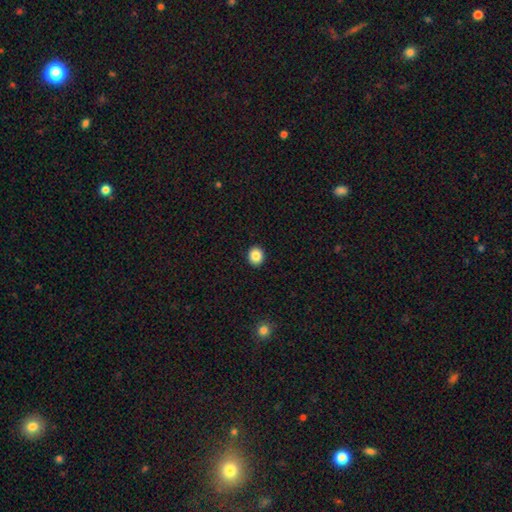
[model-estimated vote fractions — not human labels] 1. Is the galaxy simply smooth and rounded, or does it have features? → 86% smooth, 10% star or artifact, 4% featured or disk.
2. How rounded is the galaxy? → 86% round, 13% in between, 1% cigar-shaped.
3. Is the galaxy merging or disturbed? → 93% none, 5% minor disturbance, 2% major disturbance, 1% merger.